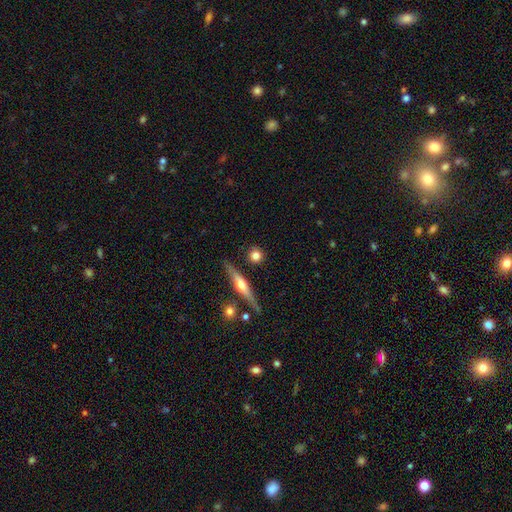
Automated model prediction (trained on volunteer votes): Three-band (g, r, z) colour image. It shows a smooth galaxy with no disk features (70%) that is round (85%). Merging: none (85%).